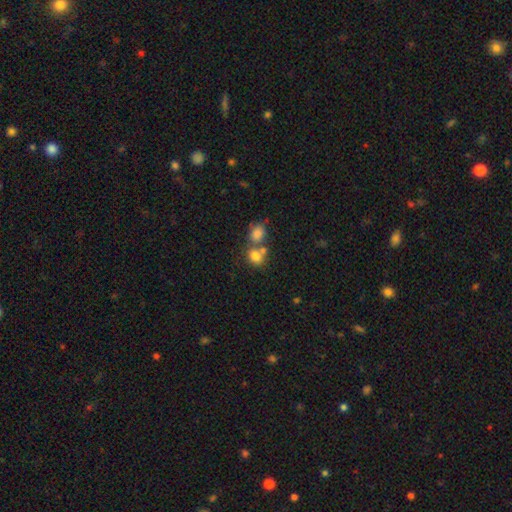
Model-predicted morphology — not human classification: Q: Smooth or featured?
A: smooth (80%); runner-up: star or artifact (11%)
Q: How rounded?
A: round (59%); runner-up: in between (39%)
Q: Merging?
A: none (44%); runner-up: merger (42%)